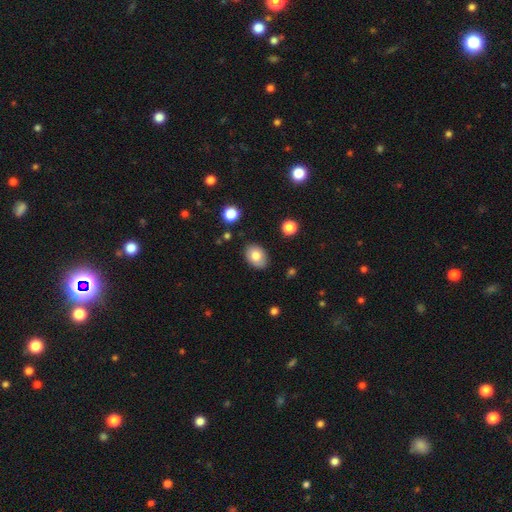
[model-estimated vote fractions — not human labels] Smooth or featured? smooth (79%)
How rounded? in between (78%)
Merging? none (85%)